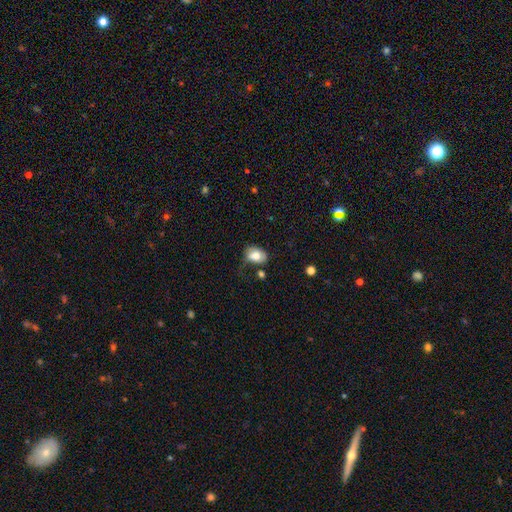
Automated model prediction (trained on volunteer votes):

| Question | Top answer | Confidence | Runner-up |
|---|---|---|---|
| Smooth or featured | smooth | 75% | featured or disk (18%) |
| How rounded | in between | 77% | round (22%) |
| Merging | none | 45% | minor disturbance (33%) |